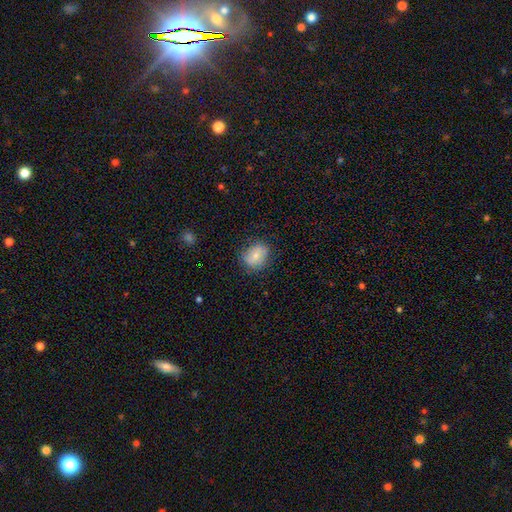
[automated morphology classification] type=smooth (73%); roundness=in between (53%); merging=none (76%).